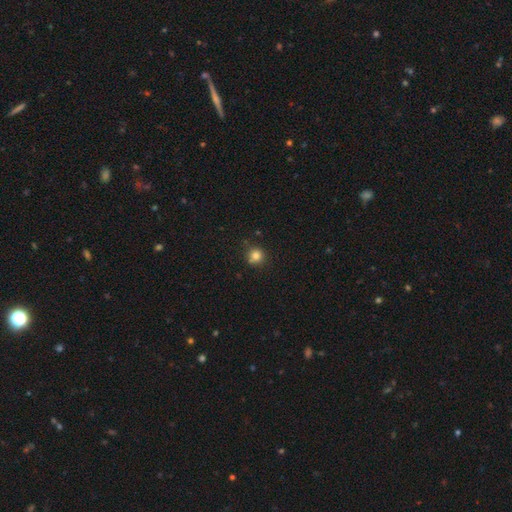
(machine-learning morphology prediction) smooth-or-featured: smooth: 82% | star or artifact: 13% | featured or disk: 6%
  how-rounded: round: 91% | in between: 8% | cigar-shaped: 1%
  merging: none: 79% | minor disturbance: 14% | merger: 4% | major disturbance: 3%